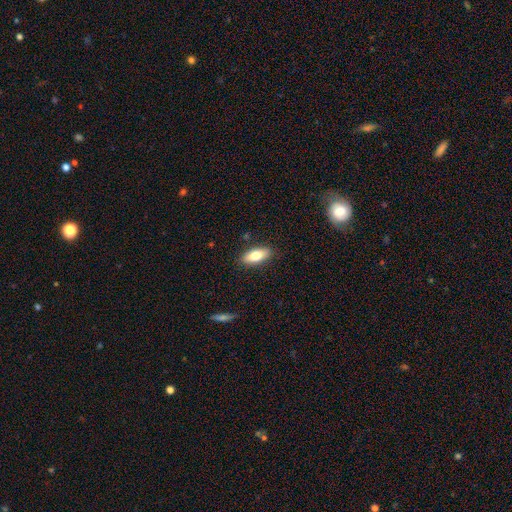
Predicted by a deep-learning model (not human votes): Q: Smooth or featured?
A: smooth (78%); runner-up: featured or disk (16%)
Q: How rounded?
A: in between (81%); runner-up: cigar-shaped (16%)
Q: Merging?
A: none (87%); runner-up: minor disturbance (9%)